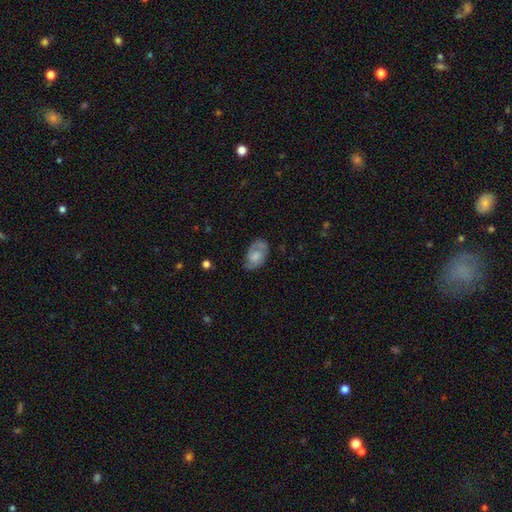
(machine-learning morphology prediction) smooth_or_featured: featured or disk (p=0.51) [alt: smooth p=0.42]
disk_edge_on: no (p=0.95) [alt: yes p=0.05]
merging: none (p=0.62) [alt: minor disturbance p=0.26]